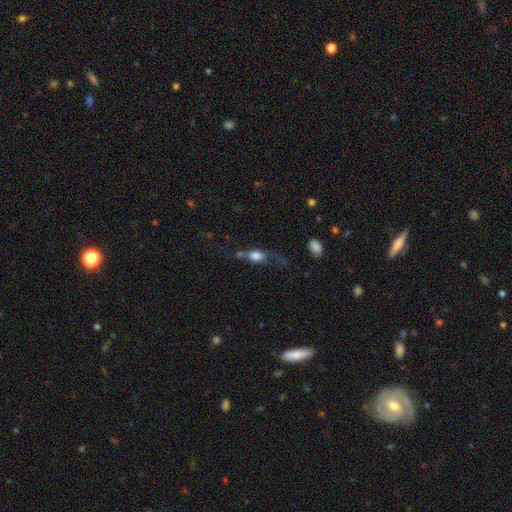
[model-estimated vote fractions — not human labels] Smooth or featured?
  - smooth: 58% *
  - featured or disk: 31%
  - star or artifact: 11%
How rounded?
  - in between: 60% *
  - round: 23%
  - cigar-shaped: 17%
Merging?
  - major disturbance: 34% *
  - none: 33%
  - minor disturbance: 22%
  - merger: 11%